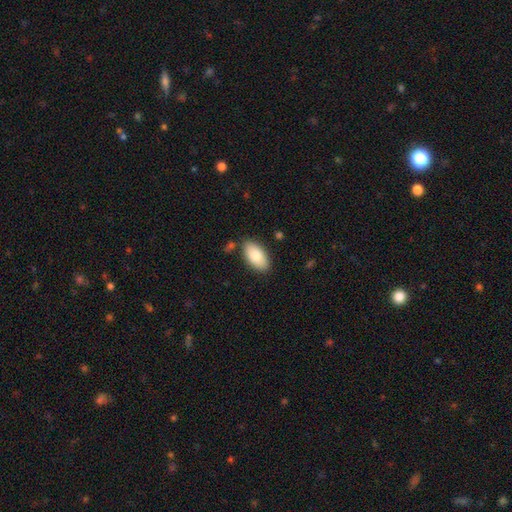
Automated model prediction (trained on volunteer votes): smooth-or-featured: smooth: 82% | featured or disk: 12% | star or artifact: 6%
  how-rounded: in between: 95% | round: 3% | cigar-shaped: 2%
  merging: none: 82% | minor disturbance: 12% | merger: 4% | major disturbance: 3%